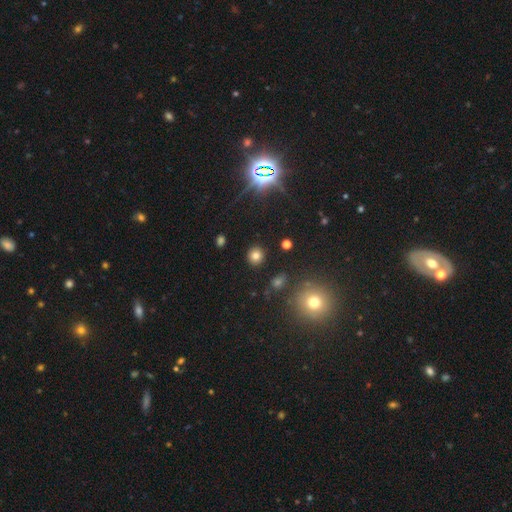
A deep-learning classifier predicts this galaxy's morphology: This appears to be a smooth galaxy with no disk features (77%) that is round (86%). Merging: none (89%).